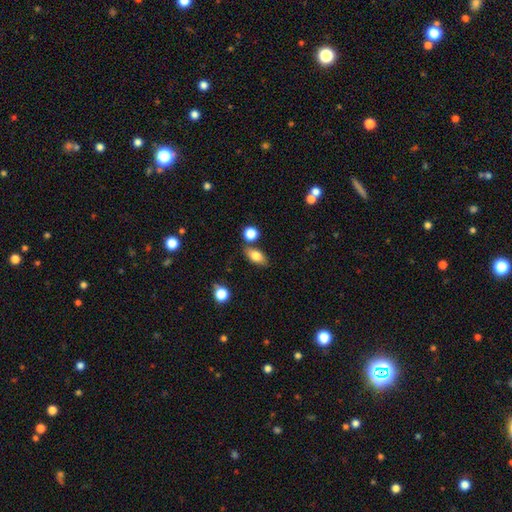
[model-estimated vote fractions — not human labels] This is likely a smooth galaxy (79%). How rounded: clearly in between (84%). Merging: likely none (75%).